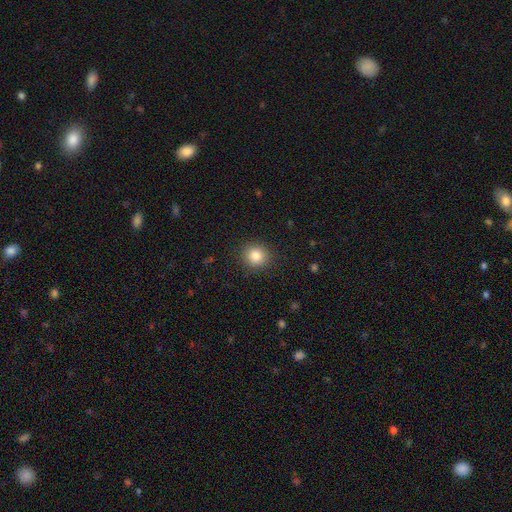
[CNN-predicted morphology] This appears to be a smooth galaxy with no disk features (83%) that is round (89%). Merging: none (90%).